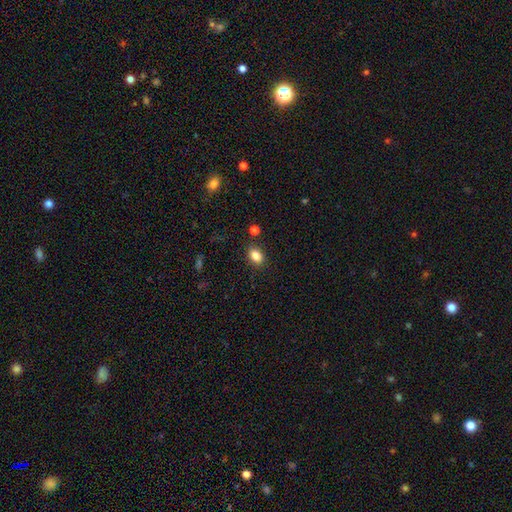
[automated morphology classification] smooth-or-featured: smooth: 83% | star or artifact: 10% | featured or disk: 7%
  how-rounded: in between: 74% | round: 24% | cigar-shaped: 1%
  merging: none: 85% | minor disturbance: 10% | merger: 3% | major disturbance: 3%